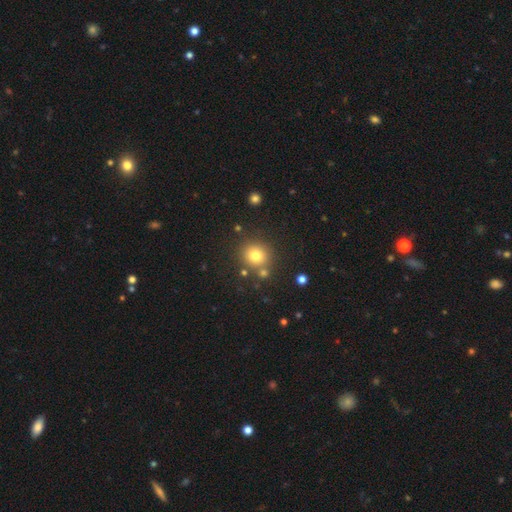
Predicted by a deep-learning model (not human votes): smooth-or-featured: smooth: 77% | star or artifact: 14% | featured or disk: 9%
  how-rounded: round: 90% | in between: 9% | cigar-shaped: 1%
  merging: none: 79% | merger: 9% | minor disturbance: 8% | major disturbance: 3%